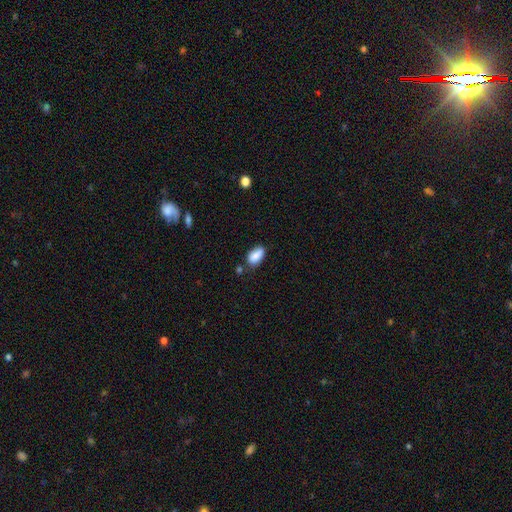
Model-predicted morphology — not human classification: Smooth or featured? Predicted: smooth (p=0.86). How rounded? Predicted: in between (p=0.91). Merging? Predicted: none (p=0.66).